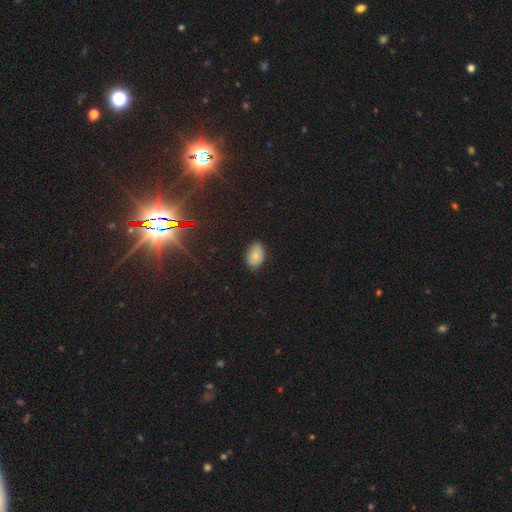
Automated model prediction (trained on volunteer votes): smooth_or_featured: smooth (p=0.73) [alt: featured or disk p=0.15]
how_rounded: in between (p=0.82) [alt: round p=0.17]
merging: none (p=0.79) [alt: minor disturbance p=0.17]